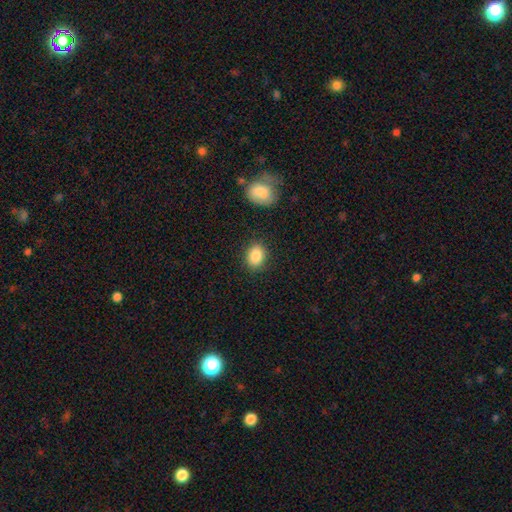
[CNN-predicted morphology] type=smooth (87%); roundness=in between (61%); merging=none (85%).